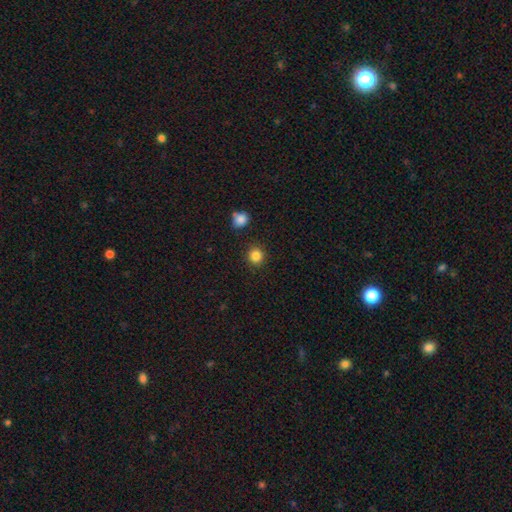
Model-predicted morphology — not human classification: Overall: smooth (85%). How rounded: round (89%). Merging: none (90%).